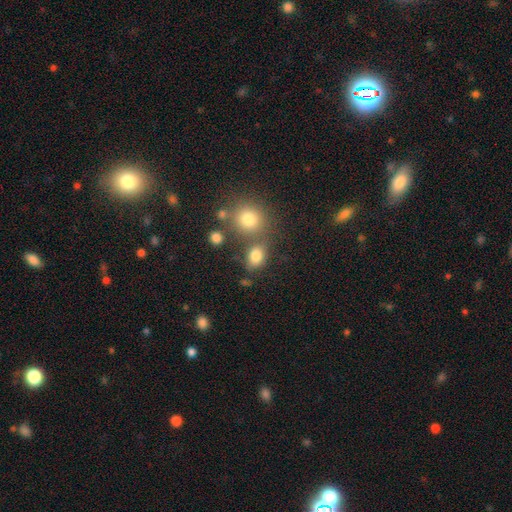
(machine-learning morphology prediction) Overall: smooth (79%). How rounded: in between (59%; round 39%). Merging: none (61%).